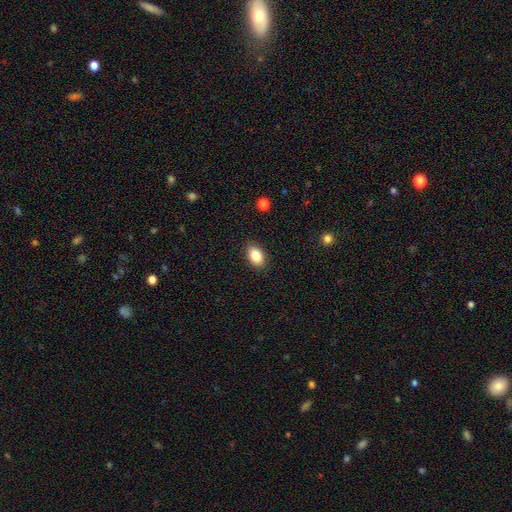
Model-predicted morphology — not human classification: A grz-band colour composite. It shows a smooth galaxy with no disk features (85%) that is in between round and cigar-shaped (86%). Merging: none (88%).